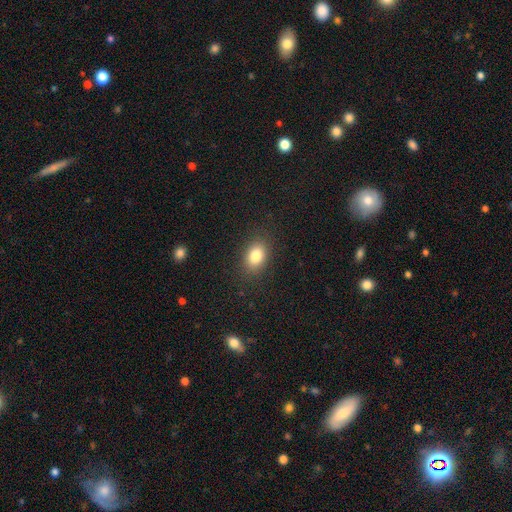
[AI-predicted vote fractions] A smooth galaxy with no disk features (83%) that is in between round and cigar-shaped (78%).

Vote fractions:
- Smooth or featured? smooth: 83% / star or artifact: 10% / featured or disk: 7%
- How rounded? in between: 78% / round: 20% / cigar-shaped: 1%
- Merging? none: 86% / minor disturbance: 10% / major disturbance: 3% / merger: 1%